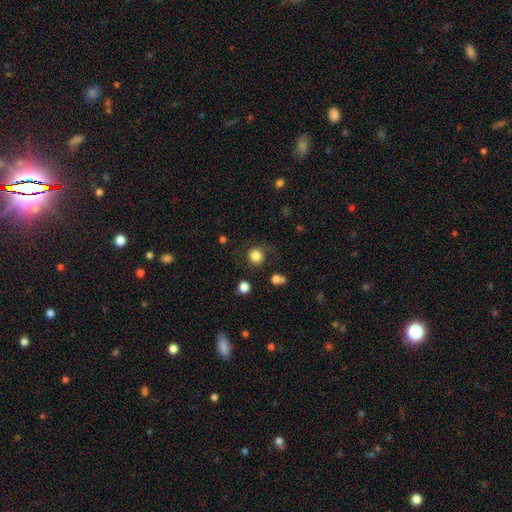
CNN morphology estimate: This is clearly a smooth galaxy (82%). How rounded: clearly round (91%). Merging: clearly none (81%).